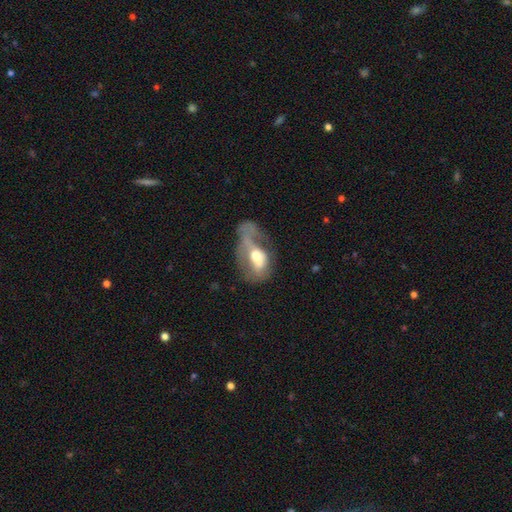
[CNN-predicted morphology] Smooth or featured: featured or disk — 49% (smooth — 43%)
Merging: major disturbance — 58% (none — 16%)